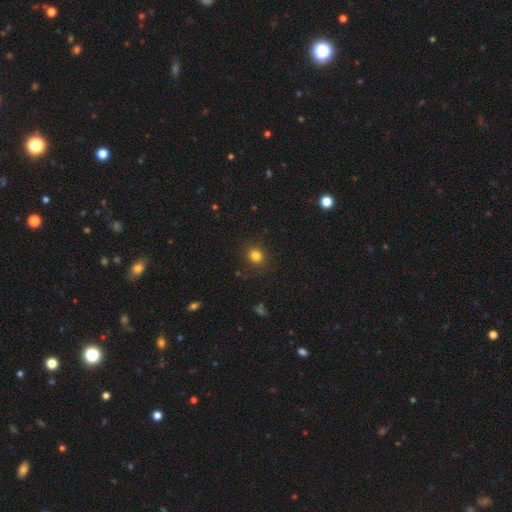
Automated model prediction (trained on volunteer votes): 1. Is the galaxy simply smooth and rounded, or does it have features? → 82% smooth, 13% star or artifact, 6% featured or disk.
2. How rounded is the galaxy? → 73% round, 26% in between, 1% cigar-shaped.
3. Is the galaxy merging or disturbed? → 85% none, 10% minor disturbance, 3% major disturbance, 1% merger.